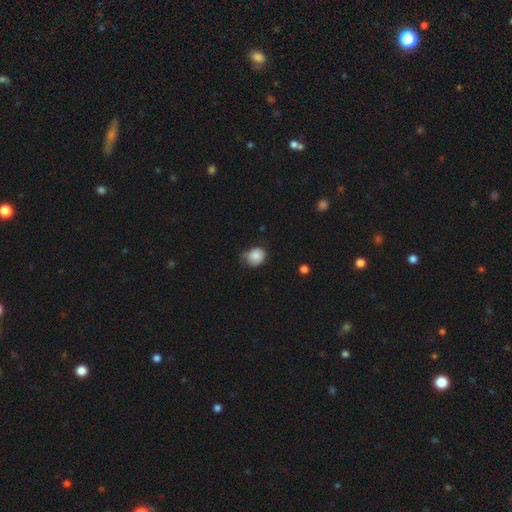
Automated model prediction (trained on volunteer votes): Smooth or featured: smooth — 84% (star or artifact — 9%)
How rounded: round — 70% (in between — 29%)
Merging: none — 49% (minor disturbance — 40%)